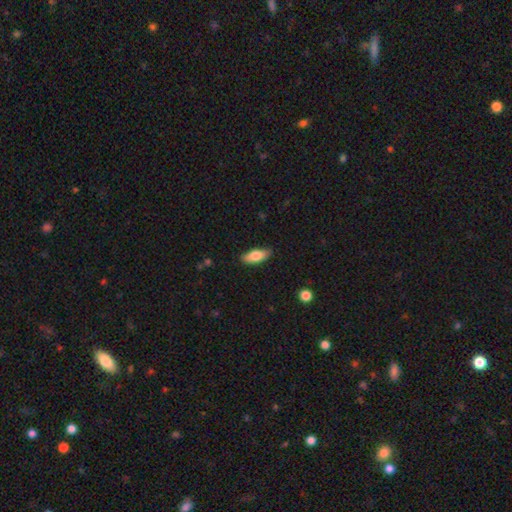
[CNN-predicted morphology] smooth_or_featured: smooth (p=0.77) [alt: featured or disk p=0.17]
how_rounded: in between (p=0.76) [alt: cigar-shaped p=0.22]
merging: none (p=0.84) [alt: minor disturbance p=0.12]